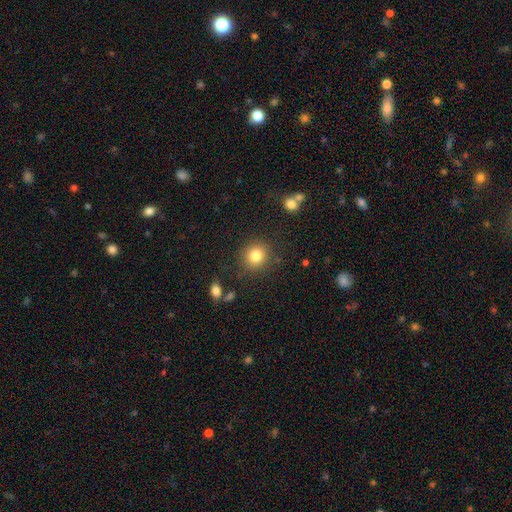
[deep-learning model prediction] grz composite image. It shows a smooth galaxy with no disk features (82%) that is round (88%). Merging: none (86%).